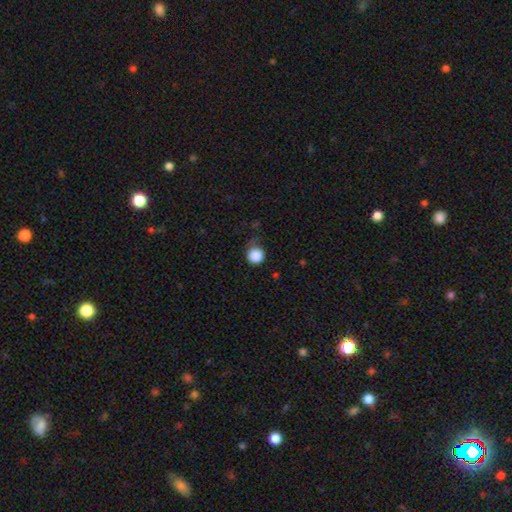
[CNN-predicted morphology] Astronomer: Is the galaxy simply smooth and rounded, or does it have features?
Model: smooth — 87%.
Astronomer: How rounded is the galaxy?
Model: round — 93%.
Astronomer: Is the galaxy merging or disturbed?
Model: none — 60%.